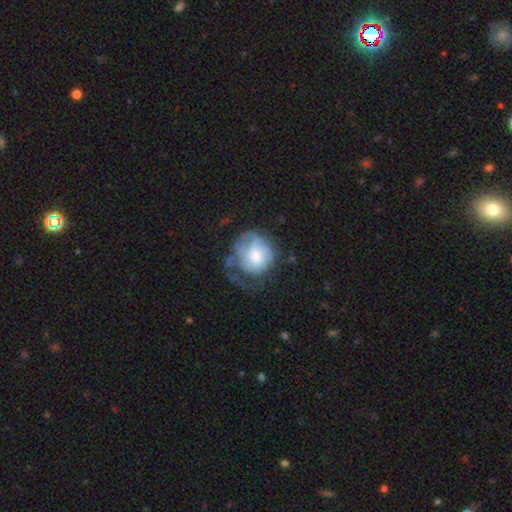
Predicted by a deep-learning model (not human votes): A featured or disk galaxy (54%) with no bar (74%), spiral arms (65%) and a moderate central bulge (47%). Merging: major disturbance (38%).